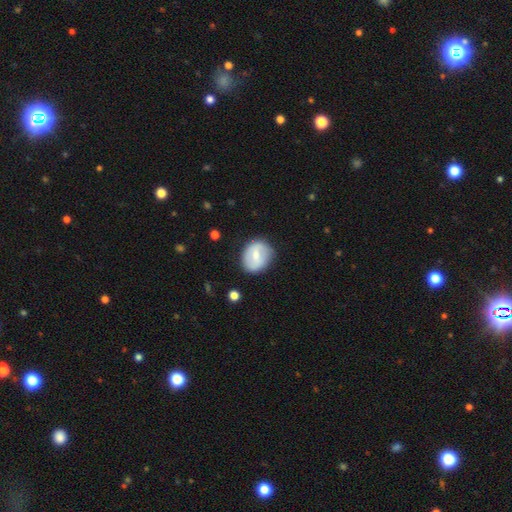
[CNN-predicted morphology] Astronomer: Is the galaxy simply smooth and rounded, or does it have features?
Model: smooth — 50% (runner-up: featured or disk, 43%).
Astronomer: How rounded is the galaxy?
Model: round — 56% (runner-up: in between, 43%).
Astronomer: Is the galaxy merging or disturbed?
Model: none — 78%.